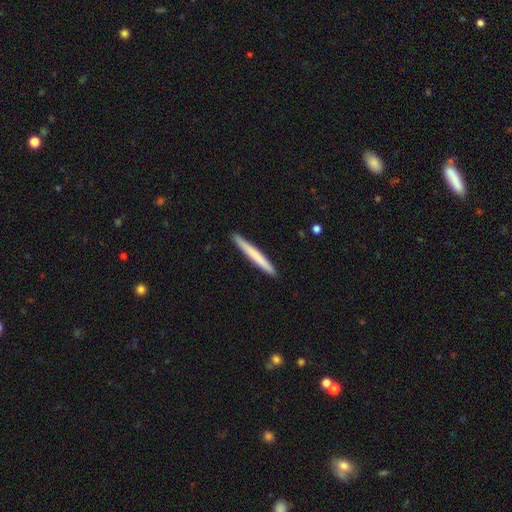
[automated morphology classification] Overall: smooth (68%). How rounded: cigar-shaped (97%). Merging: none (92%).